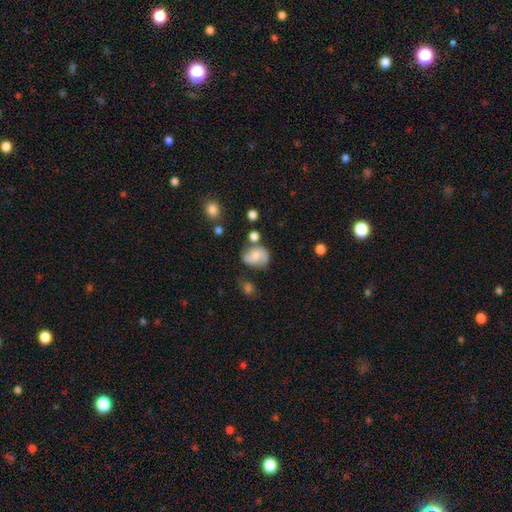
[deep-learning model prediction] smooth-or-featured: featured or disk: 53% | smooth: 37% | star or artifact: 10%
  disk-edge-on: no: 97% | yes: 3%
    bar: no: 56% | weak: 36% | strong: 8%
    has-spiral-arms: yes: 85% | no: 15%
    bulge-size: moderate: 39% | small: 30% | none: 20% | large: 9% | dominant: 2%
  merging: none: 53% | minor disturbance: 24% | merger: 13% | major disturbance: 11%